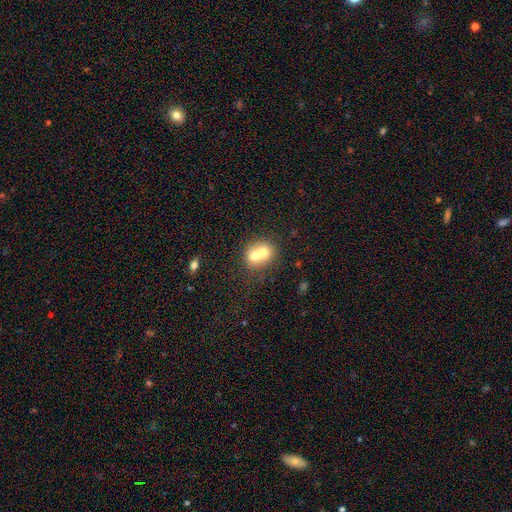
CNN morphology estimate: smooth 64%, featured or disk 26%, star or artifact 9%. Down the decision tree: how rounded — round (67%); merging — merger (69%).